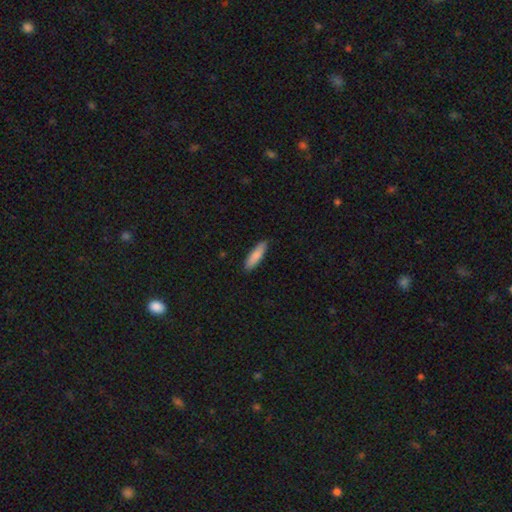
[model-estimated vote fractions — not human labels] smooth-or-featured: smooth: 85% | featured or disk: 10% | star or artifact: 5%
  how-rounded: cigar-shaped: 69% | in between: 29% | round: 1%
  merging: none: 88% | minor disturbance: 9% | major disturbance: 2% | merger: 1%